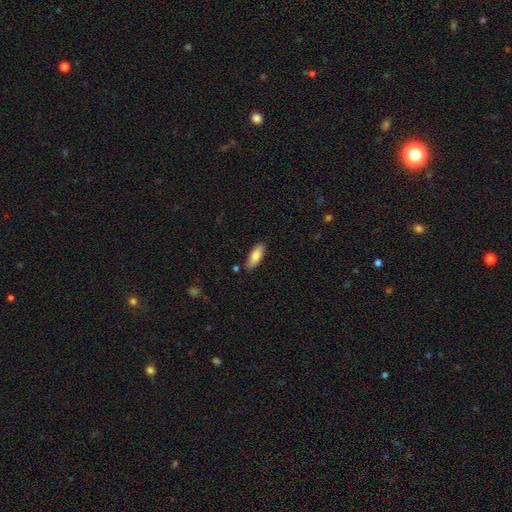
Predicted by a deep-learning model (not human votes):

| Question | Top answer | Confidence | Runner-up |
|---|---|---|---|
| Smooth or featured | smooth | 81% | featured or disk (12%) |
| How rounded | in between | 69% | cigar-shaped (30%) |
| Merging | none | 84% | minor disturbance (11%) |